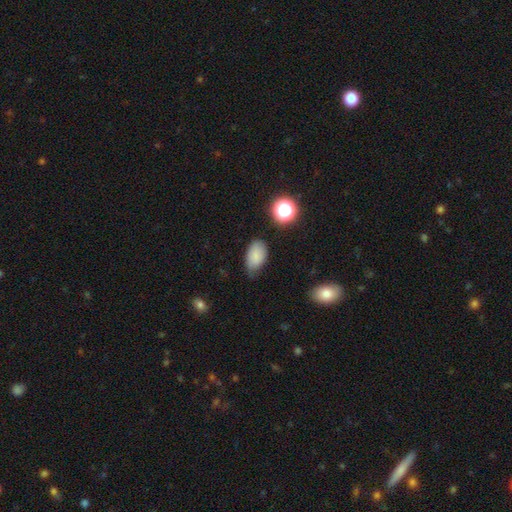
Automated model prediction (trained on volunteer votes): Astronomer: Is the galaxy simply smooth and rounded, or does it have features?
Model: smooth — 82%.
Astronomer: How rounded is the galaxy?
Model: in between — 91%.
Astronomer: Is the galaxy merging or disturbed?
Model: none — 57% (runner-up: minor disturbance, 34%).